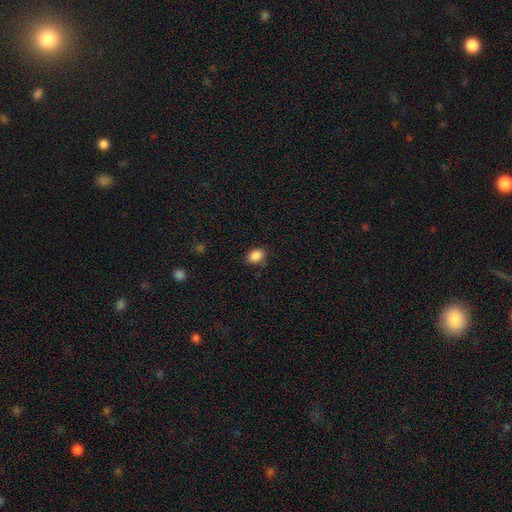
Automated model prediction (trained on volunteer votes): smooth_or_featured: smooth (p=0.88) [alt: star or artifact p=0.09]
how_rounded: in between (p=0.71) [alt: round p=0.28]
merging: none (p=0.82) [alt: minor disturbance p=0.14]